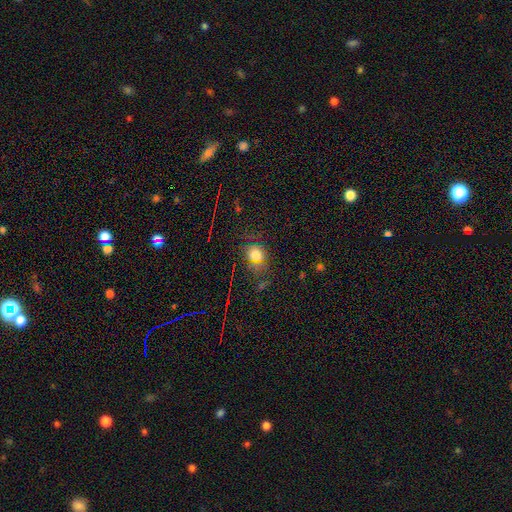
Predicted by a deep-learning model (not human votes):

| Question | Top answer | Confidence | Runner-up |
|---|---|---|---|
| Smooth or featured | smooth | 64% | star or artifact (26%) |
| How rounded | round | 58% | in between (40%) |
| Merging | none | 70% | minor disturbance (18%) |